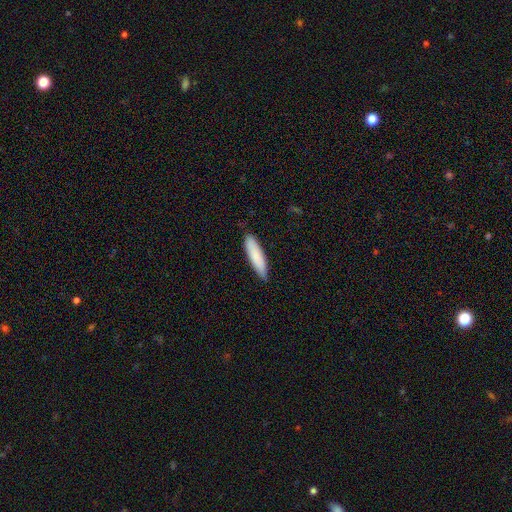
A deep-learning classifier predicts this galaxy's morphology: Smooth or featured? smooth (83%)
How rounded? cigar-shaped (72%)
Merging? none (83%)